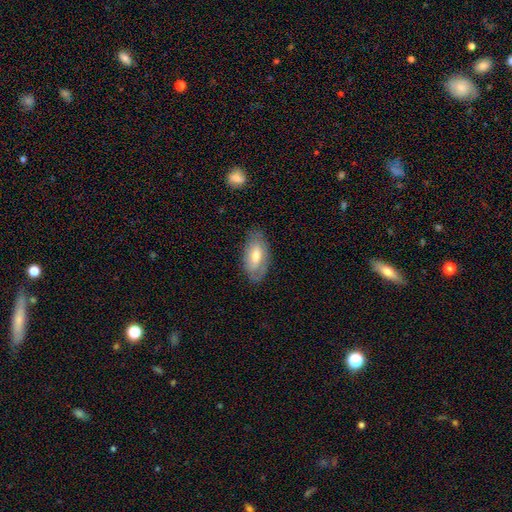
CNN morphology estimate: smooth_or_featured: smooth (p=0.53) [alt: featured or disk p=0.40]
how_rounded: in between (p=0.92) [alt: cigar-shaped p=0.05]
merging: none (p=0.76) [alt: minor disturbance p=0.18]